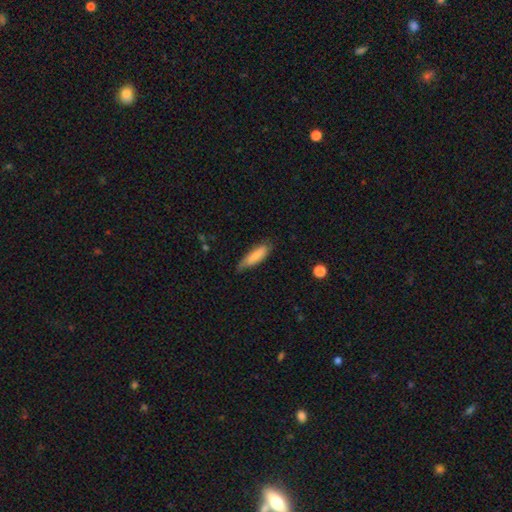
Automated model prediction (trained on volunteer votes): smooth_or_featured: smooth (p=0.77) [alt: featured or disk p=0.17]
how_rounded: cigar-shaped (p=0.56) [alt: in between p=0.42]
merging: none (p=0.62) [alt: minor disturbance p=0.30]